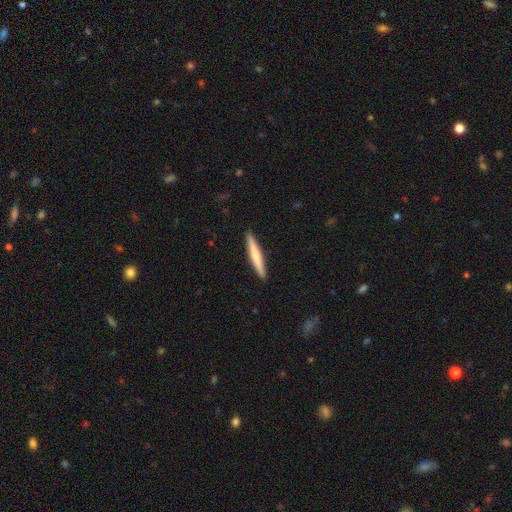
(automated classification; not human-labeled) This is likely a smooth galaxy (66%). How rounded: clearly cigar-shaped (95%). Merging: clearly none (92%).